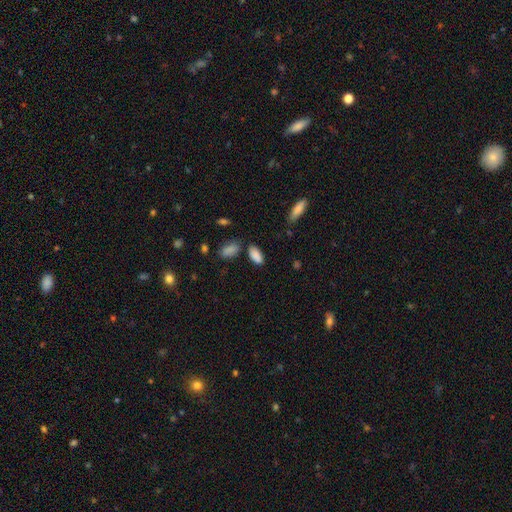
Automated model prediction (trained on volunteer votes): smooth_or_featured: smooth (p=0.88) [alt: star or artifact p=0.08]
how_rounded: in between (p=0.90) [alt: cigar-shaped p=0.08]
merging: none (p=0.76) [alt: minor disturbance p=0.14]